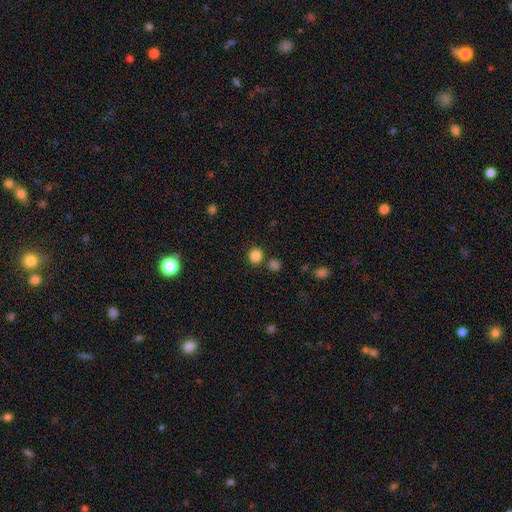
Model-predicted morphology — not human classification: smooth-or-featured: smooth: 84% | star or artifact: 12% | featured or disk: 4%
  how-rounded: round: 91% | in between: 8% | cigar-shaped: 1%
  merging: none: 83% | merger: 8% | minor disturbance: 7% | major disturbance: 3%